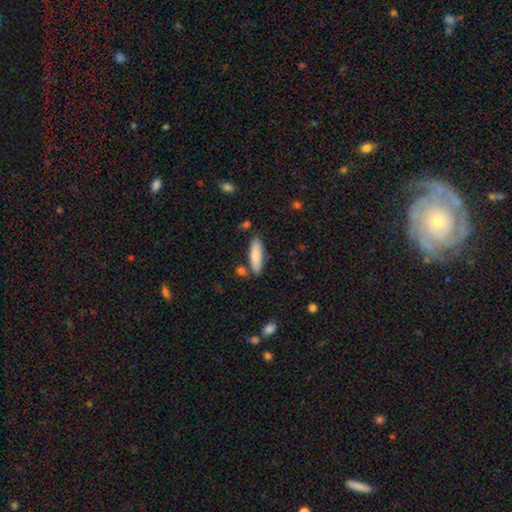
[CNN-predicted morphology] A smooth galaxy with no disk features (82%) that is cigar-shaped (58%). Merging: none (80%).